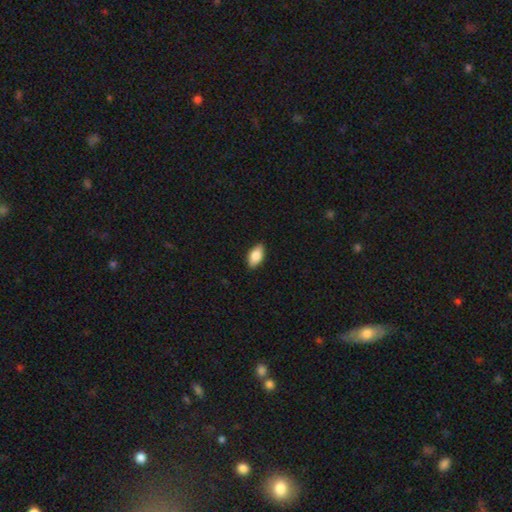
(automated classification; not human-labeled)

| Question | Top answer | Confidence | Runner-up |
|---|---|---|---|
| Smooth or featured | smooth | 80% | featured or disk (13%) |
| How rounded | in between | 90% | cigar-shaped (6%) |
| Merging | none | 87% | minor disturbance (10%) |